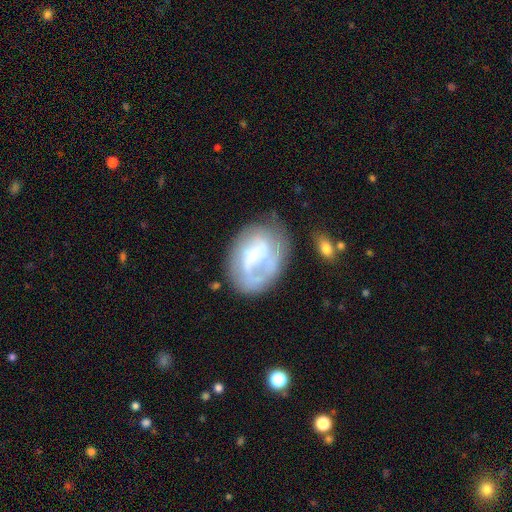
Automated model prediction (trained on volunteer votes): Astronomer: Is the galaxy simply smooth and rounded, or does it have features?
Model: featured or disk — 68%.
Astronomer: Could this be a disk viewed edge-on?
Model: no — 97%.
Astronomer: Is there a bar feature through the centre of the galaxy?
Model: no — 52% (runner-up: weak, 36%).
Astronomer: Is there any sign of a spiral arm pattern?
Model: yes — 78%.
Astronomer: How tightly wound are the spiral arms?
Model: tight — 43% (runner-up: medium, 36%).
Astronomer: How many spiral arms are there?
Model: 1 — 32% (runner-up: 2, 28%).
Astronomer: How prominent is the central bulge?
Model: small — 43% (runner-up: none, 24%).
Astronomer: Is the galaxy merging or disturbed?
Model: none — 56%.